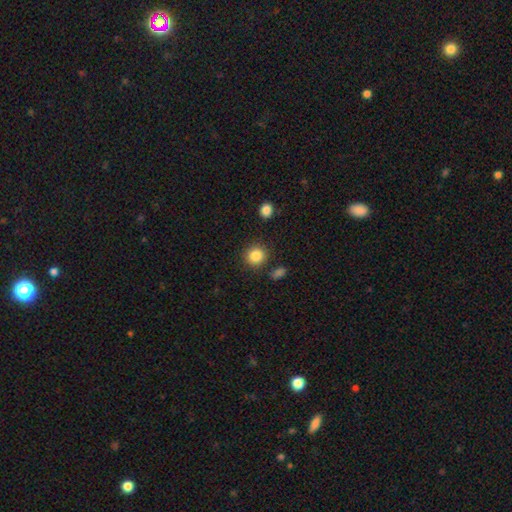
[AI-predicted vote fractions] Morphology: type=smooth (86%); roundness=round (89%); merging=none (86%).